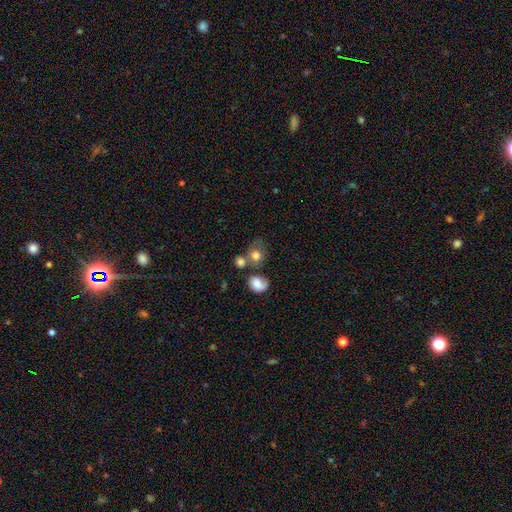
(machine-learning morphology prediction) Overall: smooth (75%). How rounded: round (67%; in between 32%). Merging: none (39%; merger 33%).